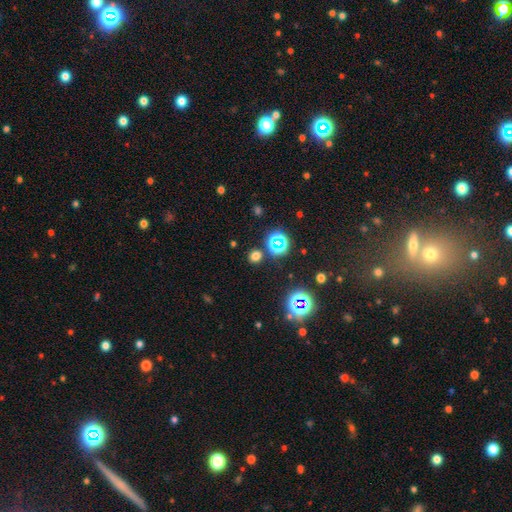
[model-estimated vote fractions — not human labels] Overall: smooth (63%; star or artifact 31%). How rounded: round (88%). Merging: none (85%).